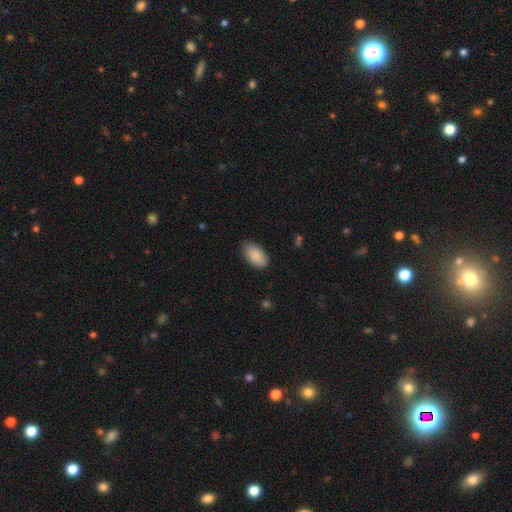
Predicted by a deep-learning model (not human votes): Q: Smooth or featured?
A: smooth (89%); runner-up: star or artifact (6%)
Q: How rounded?
A: in between (95%); runner-up: round (3%)
Q: Merging?
A: none (82%); runner-up: minor disturbance (15%)